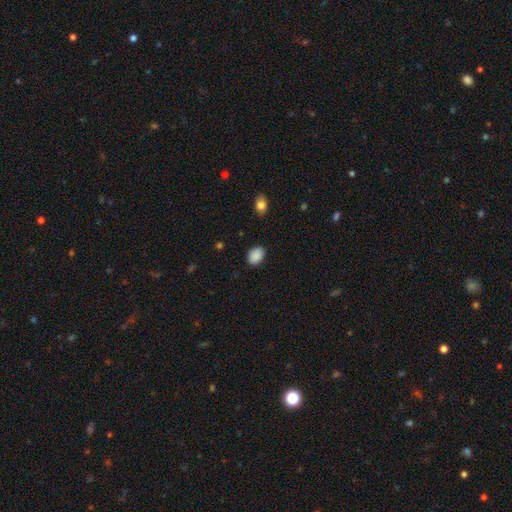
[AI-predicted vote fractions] Smooth or featured? smooth (89%)
How rounded? in between (74%)
Merging? none (83%)